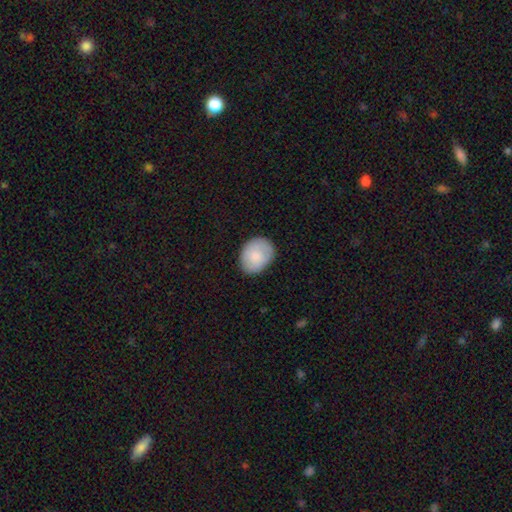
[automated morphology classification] This appears to be a smooth galaxy with no disk features (81%) that is in between round and cigar-shaped (58%). Merging: none (82%).